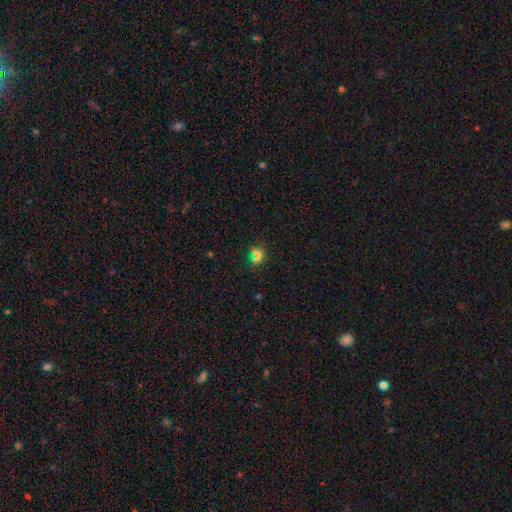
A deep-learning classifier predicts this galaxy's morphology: Smooth or featured? smooth (66%)
How rounded? round (79%)
Merging? none (82%)